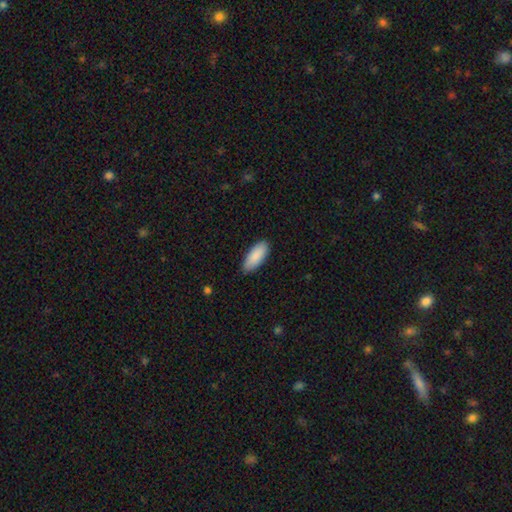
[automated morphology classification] A smooth galaxy with no disk features (89%) that is in between round and cigar-shaped (83%). Merging: none (86%).